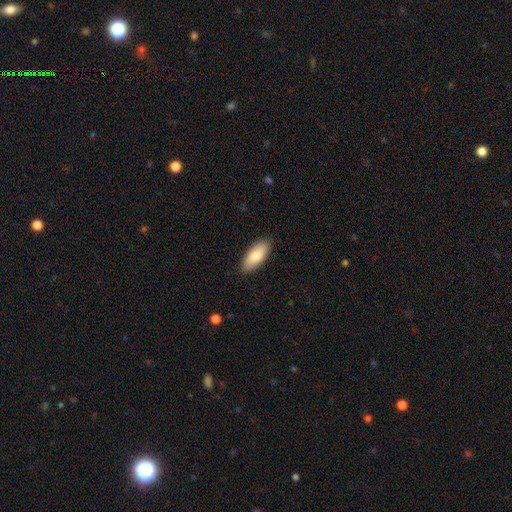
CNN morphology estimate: A smooth galaxy with no disk features (79%) that is in between round and cigar-shaped (84%). Merging: none (88%).